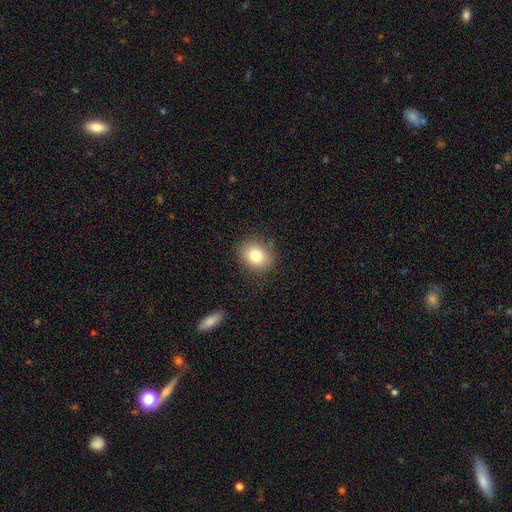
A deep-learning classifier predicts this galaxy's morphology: A smooth galaxy with no disk features (79%) that is round (60%). Merging: none (86%).